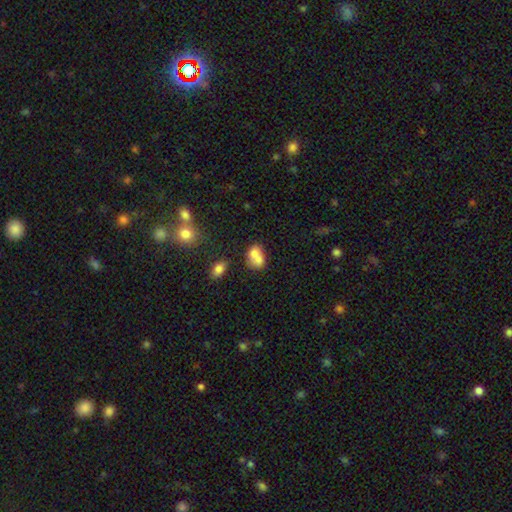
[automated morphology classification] smooth 70%, featured or disk 20%, star or artifact 10%. Down the decision tree: how rounded — in between (58%); merging — merger (67%).